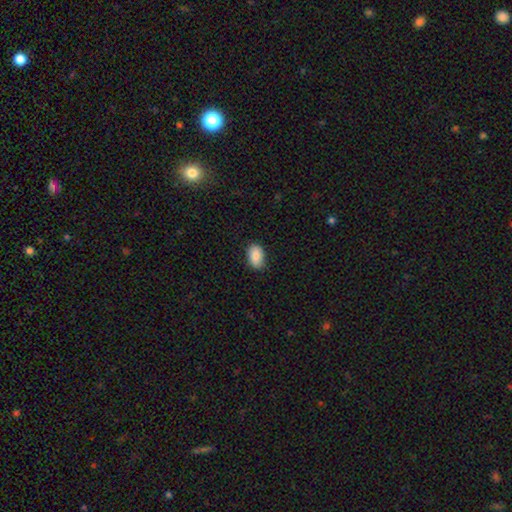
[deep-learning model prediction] Q: Smooth or featured?
A: smooth (87%); runner-up: star or artifact (7%)
Q: How rounded?
A: in between (88%); runner-up: round (10%)
Q: Merging?
A: none (83%); runner-up: minor disturbance (13%)